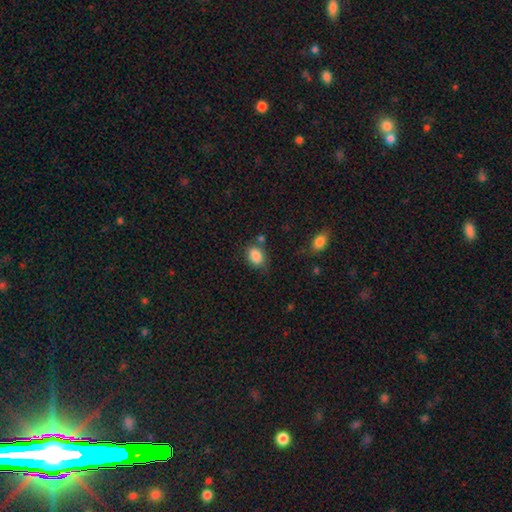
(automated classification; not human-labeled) Morphology: type=smooth (87%); roundness=in between (77%); merging=none (69%).